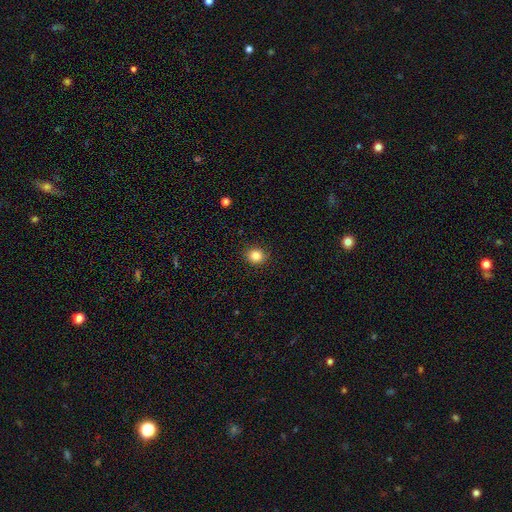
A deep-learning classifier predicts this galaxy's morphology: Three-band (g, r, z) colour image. It shows a smooth galaxy with no disk features (83%) that is round (85%). Merging: none (89%).